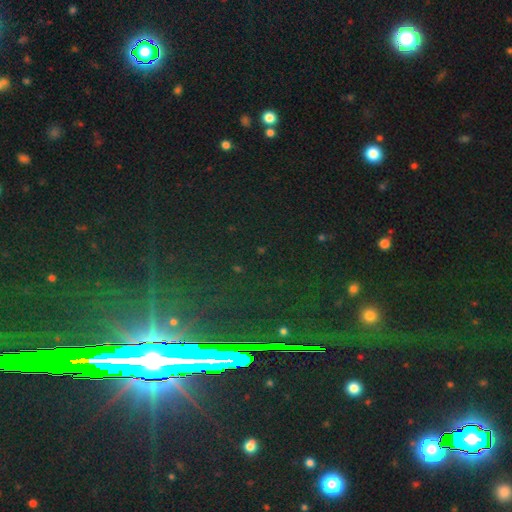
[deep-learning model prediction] Smooth or featured? star or artifact (82%)